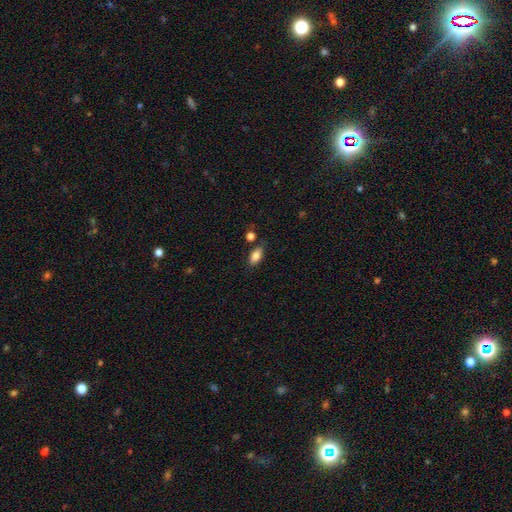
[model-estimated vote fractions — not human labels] smooth 85%, star or artifact 8%, featured or disk 7%. Down the decision tree: how rounded — in between (90%); merging — none (78%).